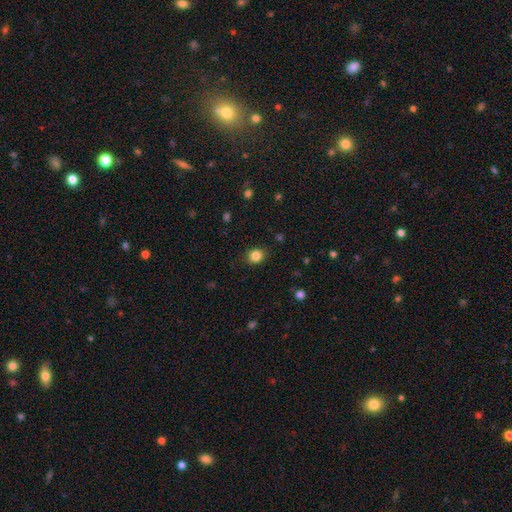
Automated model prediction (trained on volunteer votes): A smooth galaxy with no disk features (84%) that is round (69%). Merging: none (86%).